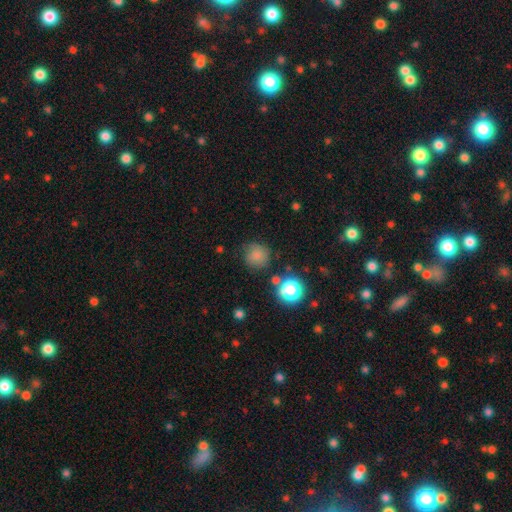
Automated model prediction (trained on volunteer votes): Overall: smooth (77%). How rounded: round (91%). Merging: none (71%).